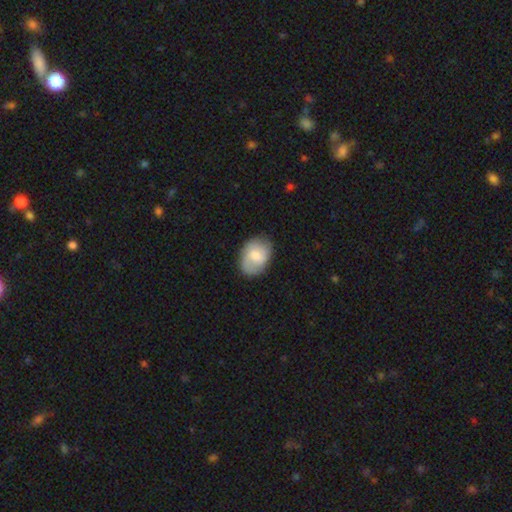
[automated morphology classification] This appears to be a smooth galaxy with no disk features (58%) that is in between round and cigar-shaped (70%). Merging: none (75%).